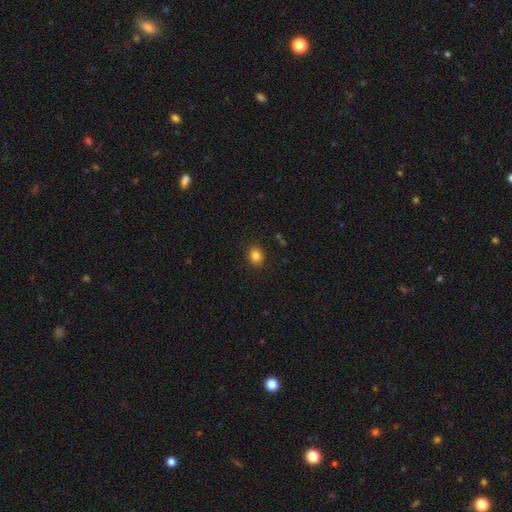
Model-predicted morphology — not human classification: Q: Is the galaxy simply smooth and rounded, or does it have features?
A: smooth — 84%.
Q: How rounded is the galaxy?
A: round — 71%.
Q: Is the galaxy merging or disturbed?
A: none — 90%.